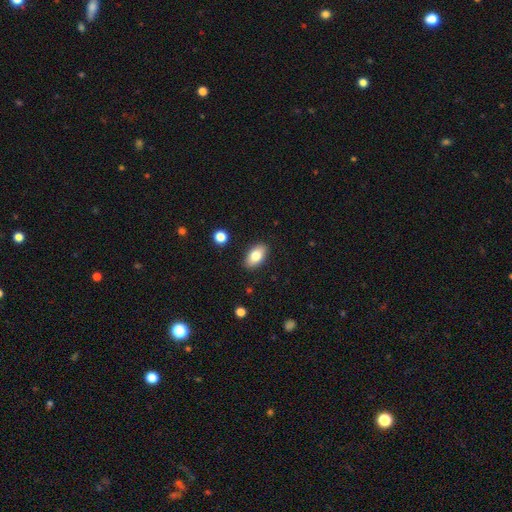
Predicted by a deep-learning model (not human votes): This is clearly a smooth galaxy (80%). How rounded: clearly in between (92%). Merging: clearly none (88%).